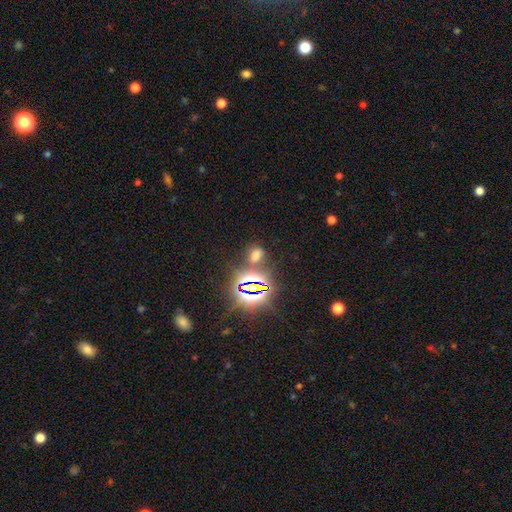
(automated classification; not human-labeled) Morphology: type=smooth (47%); merging=none (69%).